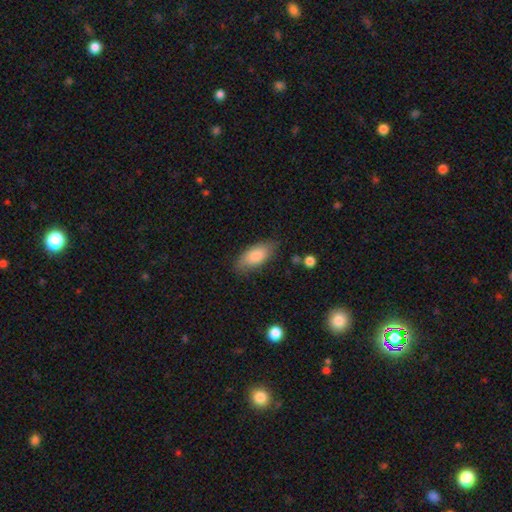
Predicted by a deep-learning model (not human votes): Smooth or featured: smooth — 82% (featured or disk — 12%)
How rounded: in between — 88% (cigar-shaped — 9%)
Merging: none — 78% (minor disturbance — 17%)